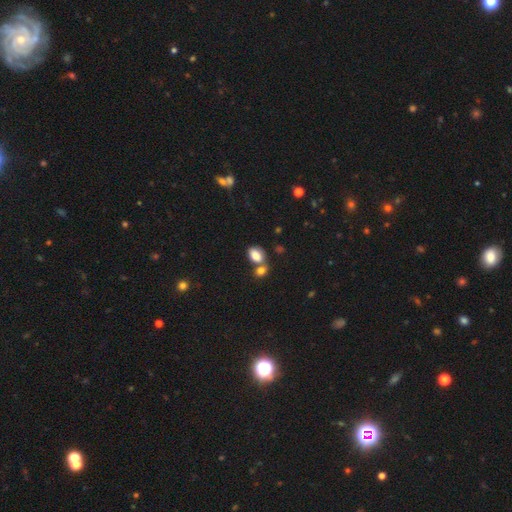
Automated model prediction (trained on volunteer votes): Smooth or featured? Predicted: smooth (p=0.83). How rounded? Predicted: in between (p=0.84). Merging? Predicted: none (p=0.47).